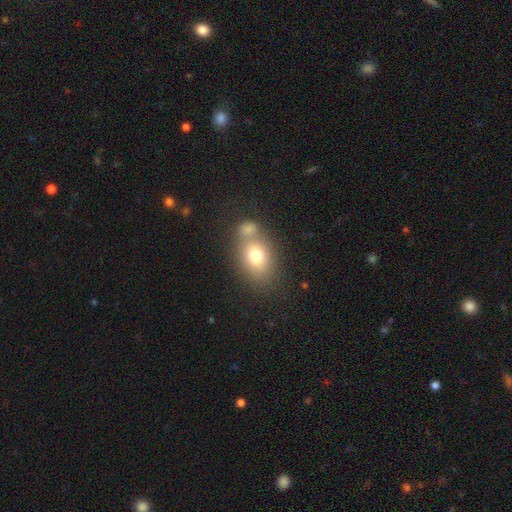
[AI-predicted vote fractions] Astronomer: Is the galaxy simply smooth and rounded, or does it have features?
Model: smooth — 75%.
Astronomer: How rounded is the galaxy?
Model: in between — 68%.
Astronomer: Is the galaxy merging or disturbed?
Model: none — 44% (runner-up: merger, 38%).